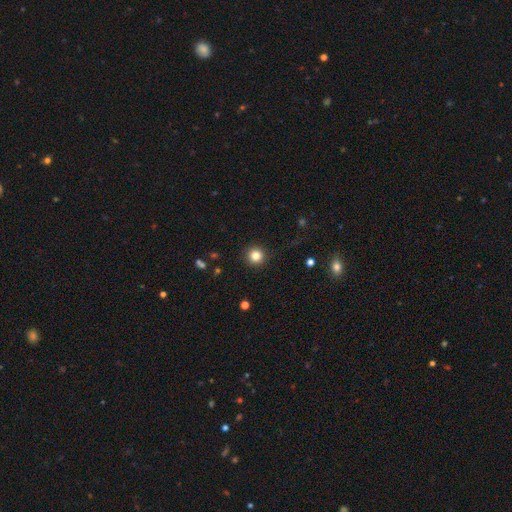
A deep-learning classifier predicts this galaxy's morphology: A smooth galaxy with no disk features (83%) that is round (95%).

Vote fractions:
- Smooth or featured? smooth: 83% / star or artifact: 12% / featured or disk: 5%
- How rounded? round: 95% / in between: 4% / cigar-shaped: 1%
- Merging? none: 92% / minor disturbance: 5% / major disturbance: 2% / merger: 1%